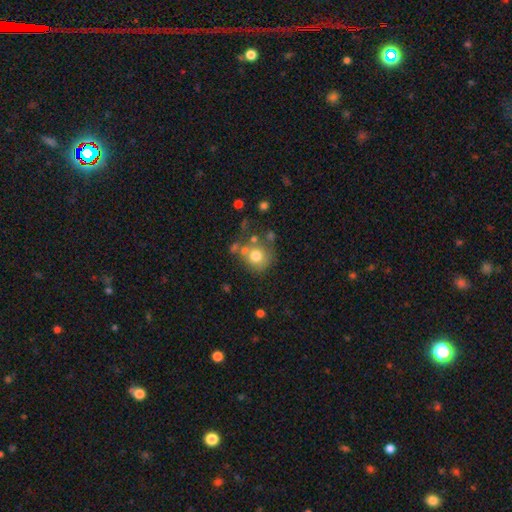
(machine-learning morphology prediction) Overall: smooth (71%). How rounded: round (86%). Merging: none (56%; merger 21%).